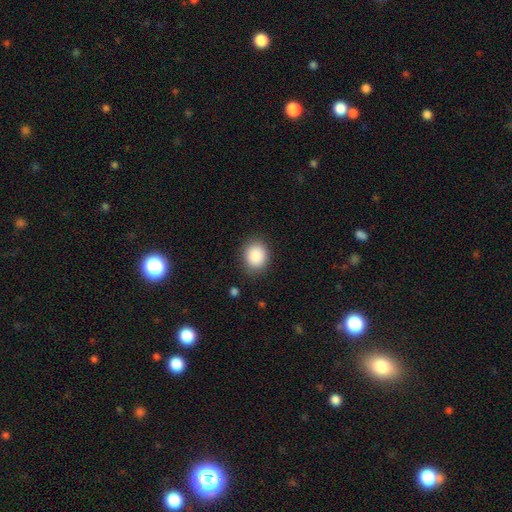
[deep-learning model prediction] This appears to be a smooth galaxy with no disk features (88%) that is round (67%). Merging: none (86%).